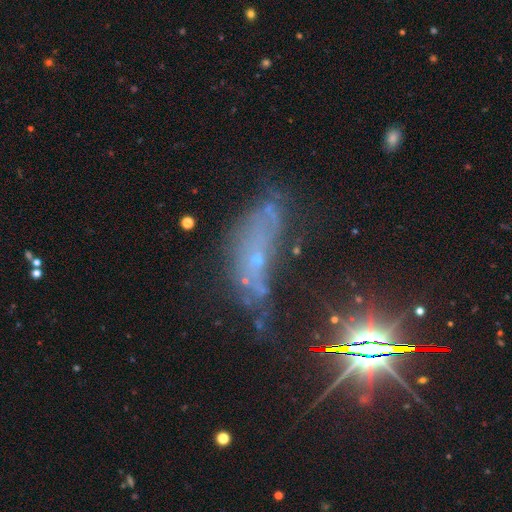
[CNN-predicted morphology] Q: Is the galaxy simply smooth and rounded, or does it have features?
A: featured or disk — 43%.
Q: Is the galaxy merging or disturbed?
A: none — 43%.